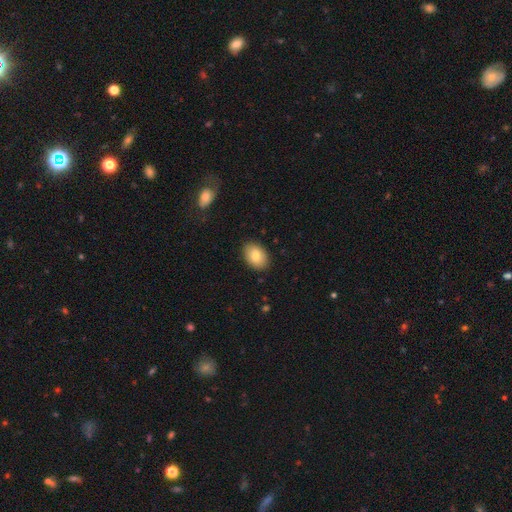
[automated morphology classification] A smooth galaxy with no disk features (80%) that is in between round and cigar-shaped (82%). Merging: none (88%).